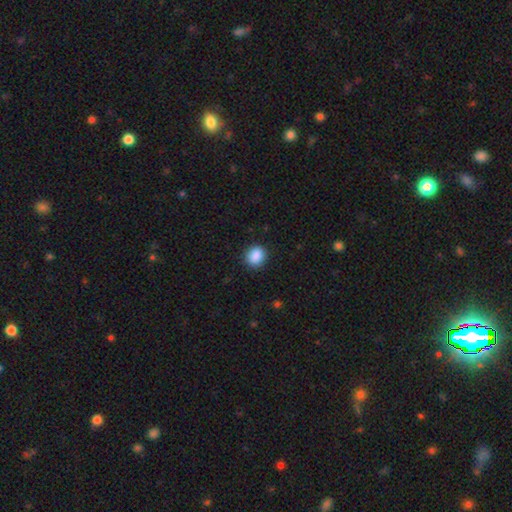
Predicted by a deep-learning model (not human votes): Smooth or featured? Predicted: smooth (p=0.89). How rounded? Predicted: round (p=0.68). Merging? Predicted: none (p=0.88).